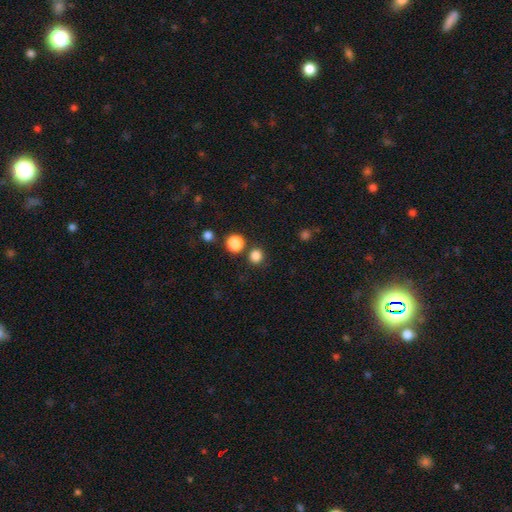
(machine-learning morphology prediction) smooth_or_featured: smooth (p=0.83) [alt: star or artifact p=0.14]
how_rounded: round (p=0.91) [alt: in between p=0.08]
merging: none (p=0.82) [alt: merger p=0.09]